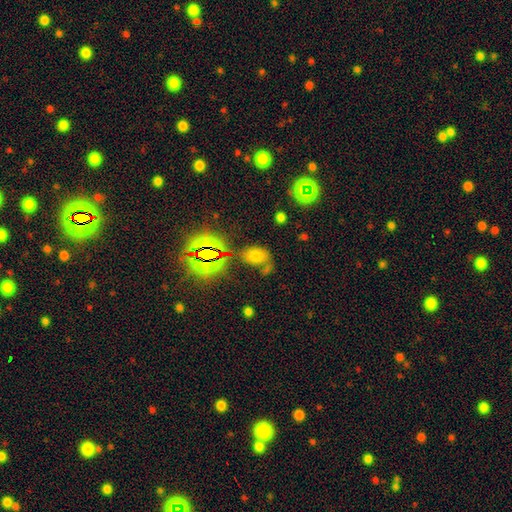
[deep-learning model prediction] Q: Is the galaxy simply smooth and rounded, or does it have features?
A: smooth — 61%.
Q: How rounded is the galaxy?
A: in between — 78%.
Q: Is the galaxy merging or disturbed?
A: none — 53%.